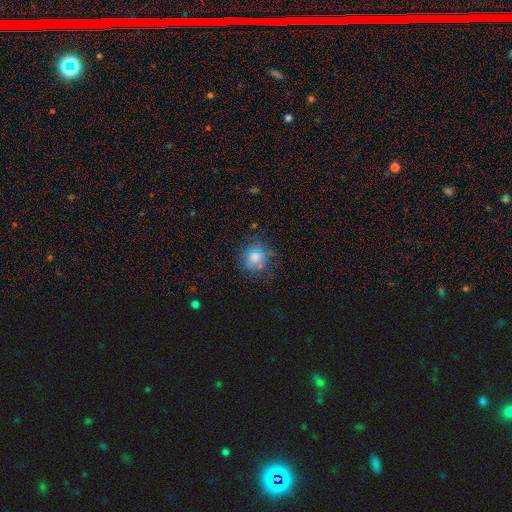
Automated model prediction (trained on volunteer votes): This appears to be a smooth galaxy with no disk features (61%) that is round (78%). Merging: none (72%).